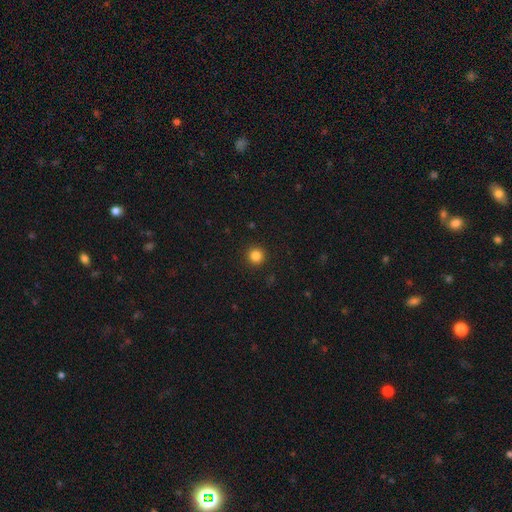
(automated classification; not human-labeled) Morphology: type=smooth (84%); roundness=round (95%); merging=none (93%).